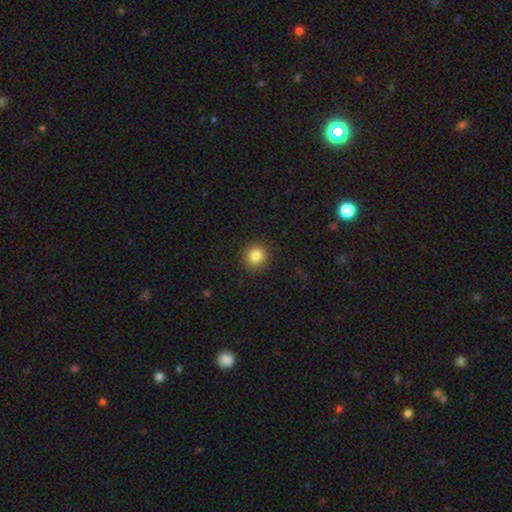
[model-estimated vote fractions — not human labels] Smooth or featured?
  - smooth: 84% *
  - star or artifact: 11%
  - featured or disk: 5%
How rounded?
  - round: 92% *
  - in between: 7%
  - cigar-shaped: 1%
Merging?
  - none: 91% *
  - minor disturbance: 6%
  - major disturbance: 2%
  - merger: 1%